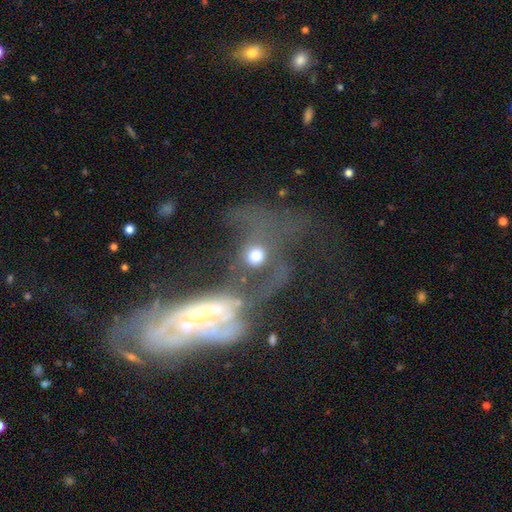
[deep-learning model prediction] A featured or disk galaxy (44%).

Vote fractions:
- Smooth or featured? featured or disk: 44% / smooth: 42% / star or artifact: 15%
- Merging? merger: 47% / major disturbance: 25% / none: 18% / minor disturbance: 10%